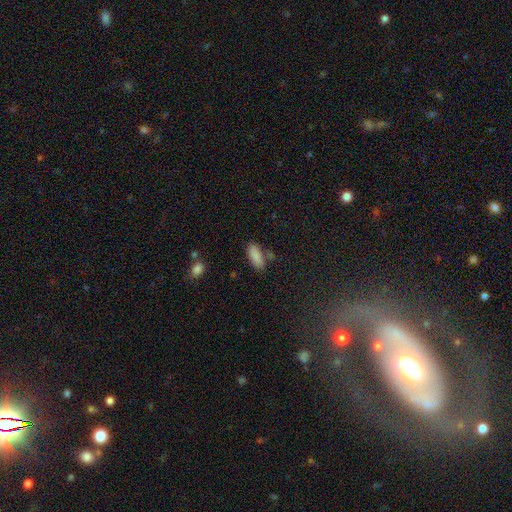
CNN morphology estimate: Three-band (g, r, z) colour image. It shows a smooth galaxy with no disk features (87%) that is in between round and cigar-shaped (80%). Merging: none (73%).